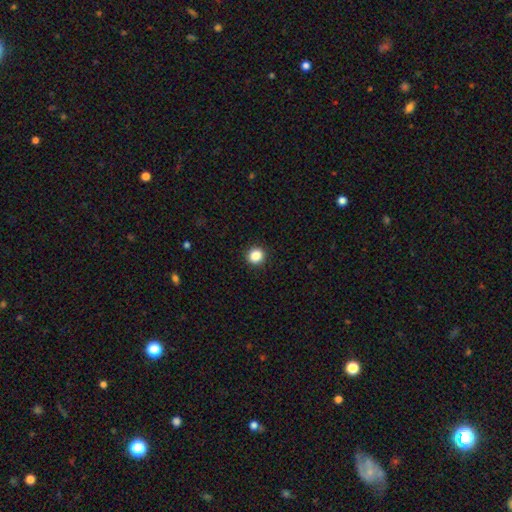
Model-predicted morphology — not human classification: Smooth or featured? smooth (87%)
How rounded? round (90%)
Merging? none (92%)